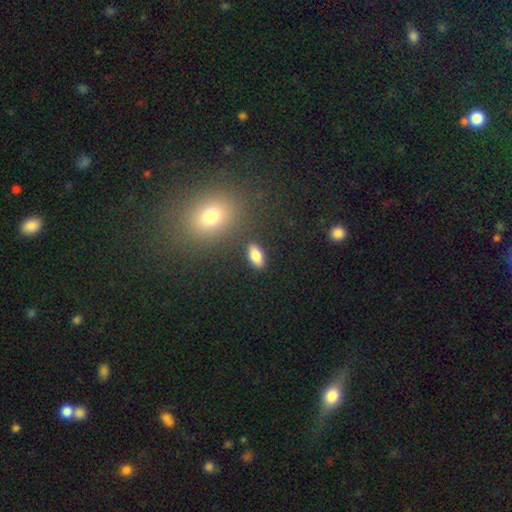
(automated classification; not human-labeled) smooth-or-featured: smooth: 84% | featured or disk: 8% | star or artifact: 8%
  how-rounded: in between: 87% | cigar-shaped: 9% | round: 4%
  merging: none: 86% | minor disturbance: 8% | merger: 3% | major disturbance: 3%